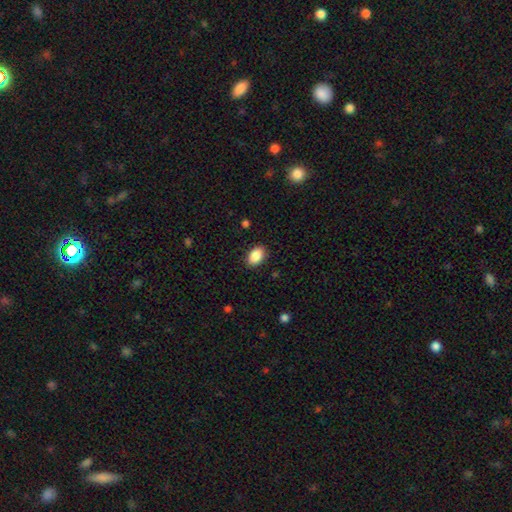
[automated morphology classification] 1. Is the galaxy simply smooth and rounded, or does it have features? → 88% smooth, 7% star or artifact, 4% featured or disk.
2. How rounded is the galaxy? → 87% in between, 12% round, 1% cigar-shaped.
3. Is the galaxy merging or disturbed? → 88% none, 9% minor disturbance, 2% major disturbance, 1% merger.